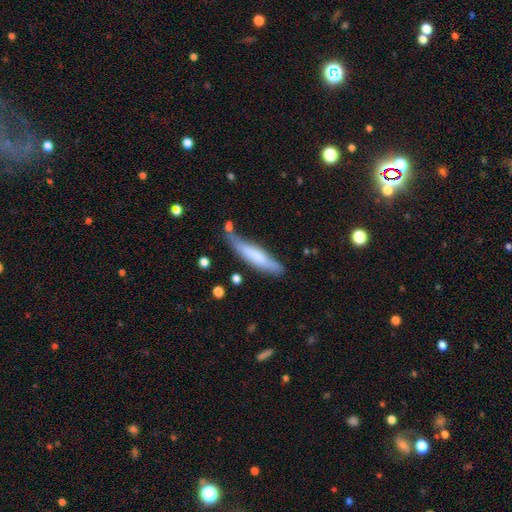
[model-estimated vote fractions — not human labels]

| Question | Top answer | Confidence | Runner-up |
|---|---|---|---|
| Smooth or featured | smooth | 66% | featured or disk (28%) |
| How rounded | cigar-shaped | 83% | in between (16%) |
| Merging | none | 58% | minor disturbance (27%) |